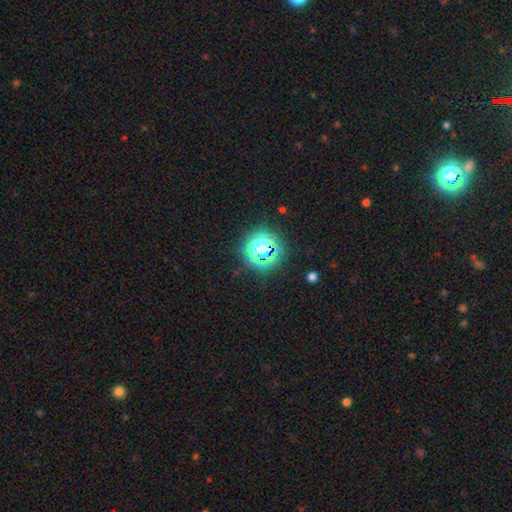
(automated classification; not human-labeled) A star or artifact, not a galaxy (72%).

Vote fractions:
- Smooth or featured? star or artifact: 72% / smooth: 20% / featured or disk: 8%